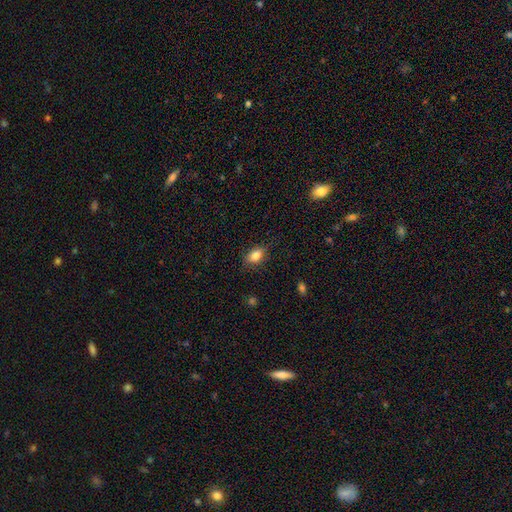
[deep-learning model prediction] This appears to be a smooth galaxy with no disk features (82%) that is in between round and cigar-shaped (83%). Merging: none (81%).